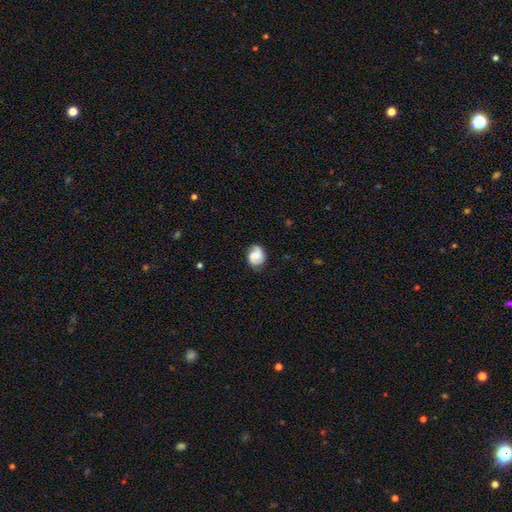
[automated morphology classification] Smooth or featured? Predicted: featured or disk (p=0.49). Merging? Predicted: none (p=0.75).